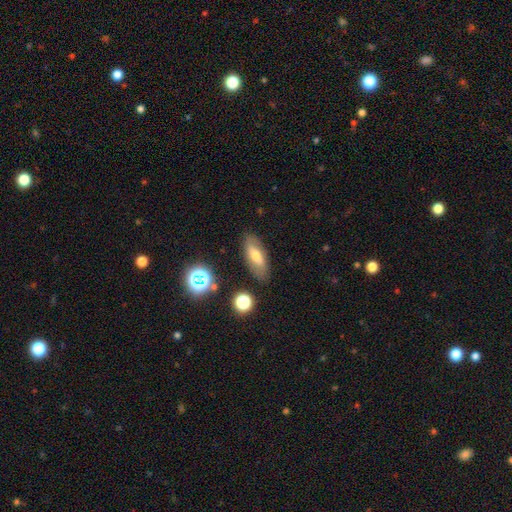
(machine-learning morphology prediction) smooth_or_featured: smooth (p=0.58) [alt: featured or disk p=0.32]
how_rounded: in between (p=0.75) [alt: cigar-shaped p=0.21]
merging: none (p=0.81) [alt: minor disturbance p=0.13]